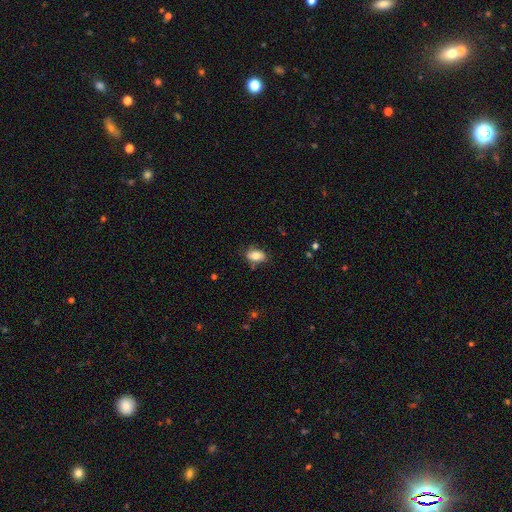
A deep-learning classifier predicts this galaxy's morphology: This appears to be a smooth galaxy with no disk features (83%) that is in between round and cigar-shaped (88%). Merging: none (76%).